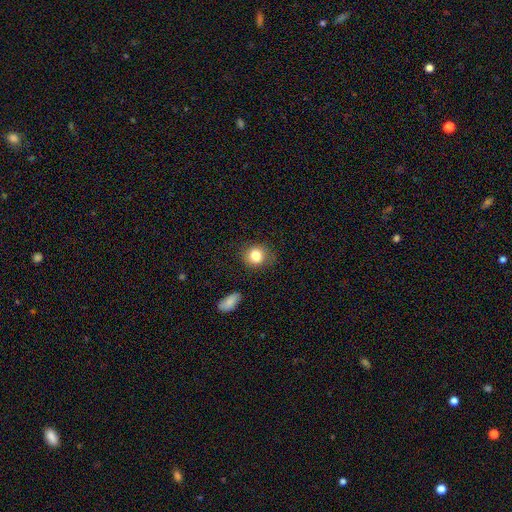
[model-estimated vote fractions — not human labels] Smooth or featured? smooth (82%)
How rounded? round (73%)
Merging? none (79%)